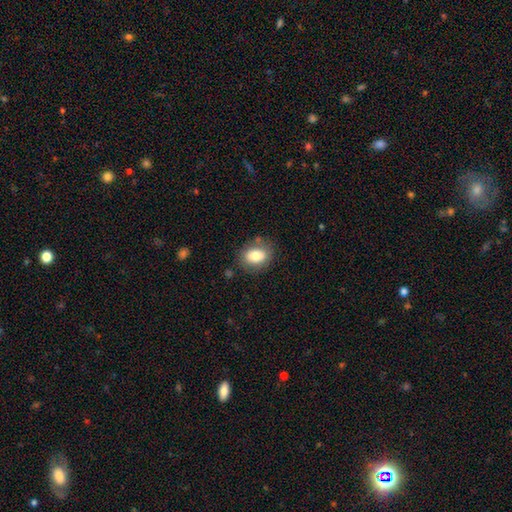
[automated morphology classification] The model was most divided on "how rounded": in between: 71%, round: 28%, cigar-shaped: 1%. More confident: smooth or featured — smooth (80%); merging — none (78%).